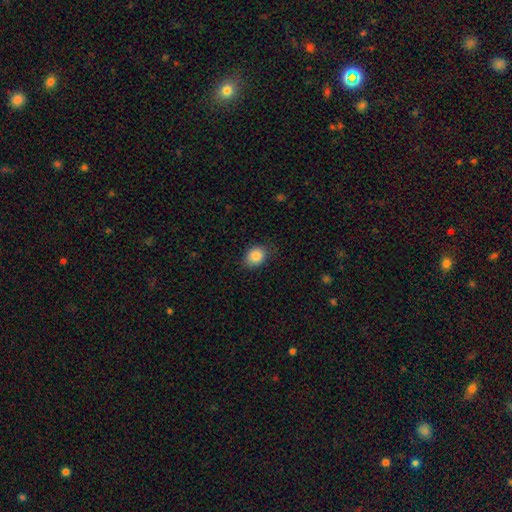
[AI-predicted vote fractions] smooth_or_featured: smooth (p=0.87) [alt: star or artifact p=0.09]
how_rounded: in between (p=0.51) [alt: round p=0.48]
merging: none (p=0.80) [alt: minor disturbance p=0.15]